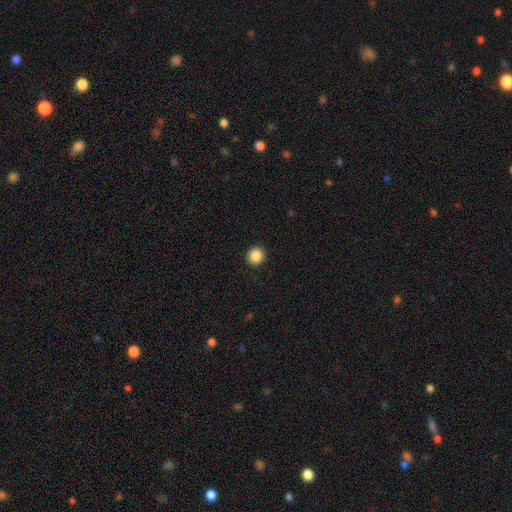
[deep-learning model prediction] smooth_or_featured: smooth (p=0.88) [alt: star or artifact p=0.09]
how_rounded: round (p=0.93) [alt: in between p=0.06]
merging: none (p=0.93) [alt: minor disturbance p=0.04]